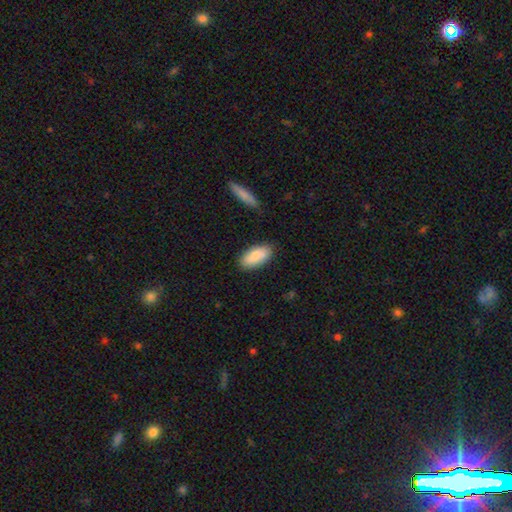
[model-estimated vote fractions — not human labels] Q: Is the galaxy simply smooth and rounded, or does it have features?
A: smooth — 84%.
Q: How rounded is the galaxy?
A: in between — 90%.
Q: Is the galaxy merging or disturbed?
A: none — 83%.